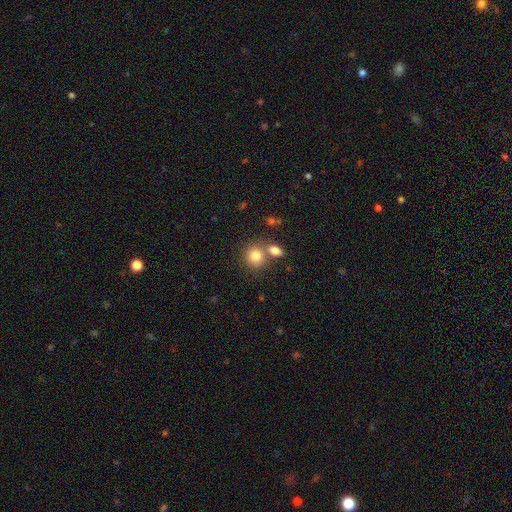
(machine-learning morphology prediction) This appears to be a smooth galaxy with no disk features (81%) that is round (78%). Merging: none (53%).